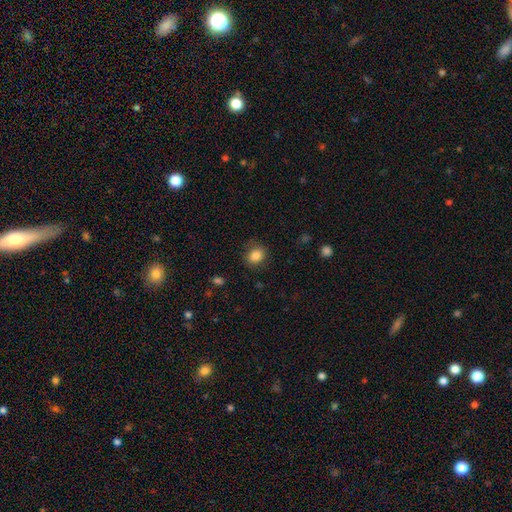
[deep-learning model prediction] Q: Smooth or featured?
A: smooth (85%); runner-up: star or artifact (9%)
Q: How rounded?
A: round (59%); runner-up: in between (40%)
Q: Merging?
A: none (82%); runner-up: minor disturbance (13%)